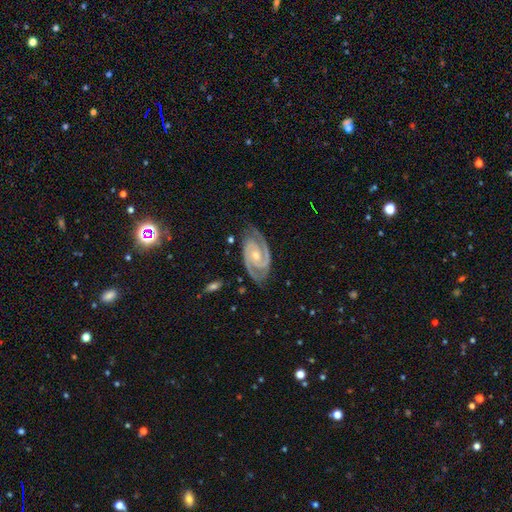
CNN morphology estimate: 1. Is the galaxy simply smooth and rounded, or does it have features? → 93% featured or disk, 4% star or artifact, 3% smooth.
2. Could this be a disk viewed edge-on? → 97% no, 3% yes.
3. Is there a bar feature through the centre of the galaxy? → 55% no, 32% weak, 12% strong.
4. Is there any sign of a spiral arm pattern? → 99% yes, 1% no.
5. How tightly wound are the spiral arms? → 64% tight, 33% medium, 3% loose.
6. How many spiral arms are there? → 91% 2, 4% 3, 2% can't tell, 1% 1, 1% 4, 1% more than 4.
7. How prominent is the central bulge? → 51% small, 44% moderate, 3% none, 2% large, 1% dominant.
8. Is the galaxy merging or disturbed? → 79% none, 16% minor disturbance, 4% major disturbance, 2% merger.